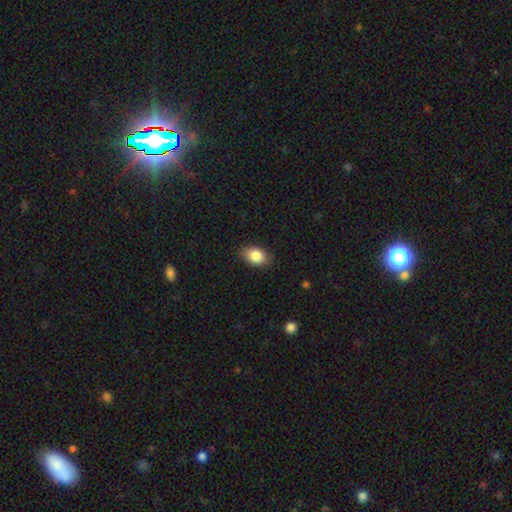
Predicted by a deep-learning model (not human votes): This is clearly a smooth galaxy (85%). How rounded: clearly in between (83%). Merging: clearly none (84%).